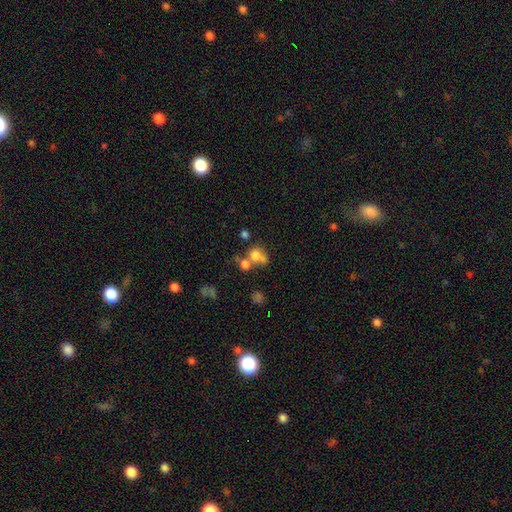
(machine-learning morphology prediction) Smooth or featured? smooth (72%)
How rounded? round (69%)
Merging? merger (48%)